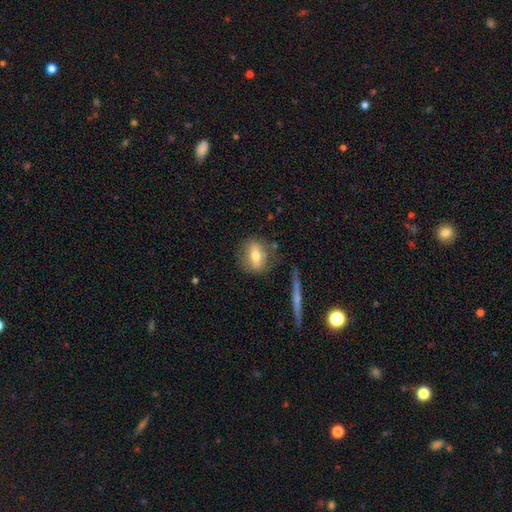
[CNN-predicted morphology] Q: Smooth or featured?
A: smooth (60%); runner-up: featured or disk (32%)
Q: How rounded?
A: in between (58%); runner-up: round (32%)
Q: Merging?
A: none (75%); runner-up: minor disturbance (16%)